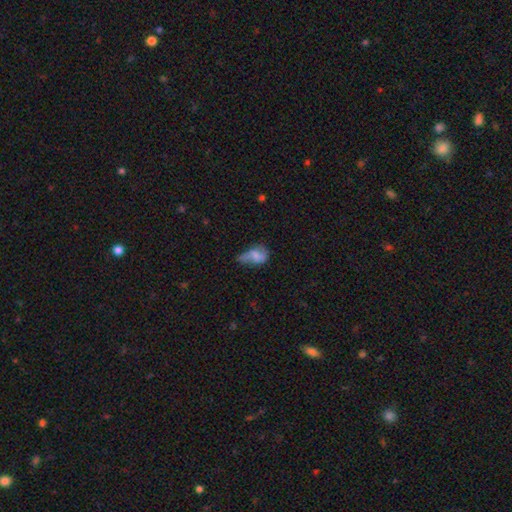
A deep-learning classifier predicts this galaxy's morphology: This appears to be a smooth galaxy with no disk features (50%) that is in between round and cigar-shaped (81%). Merging: minor disturbance (33%).